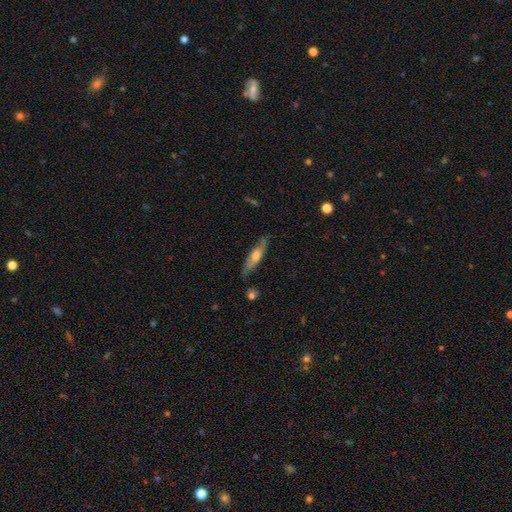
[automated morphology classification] Smooth or featured: featured or disk — 48% (smooth — 46%)
Merging: none — 75% (minor disturbance — 19%)